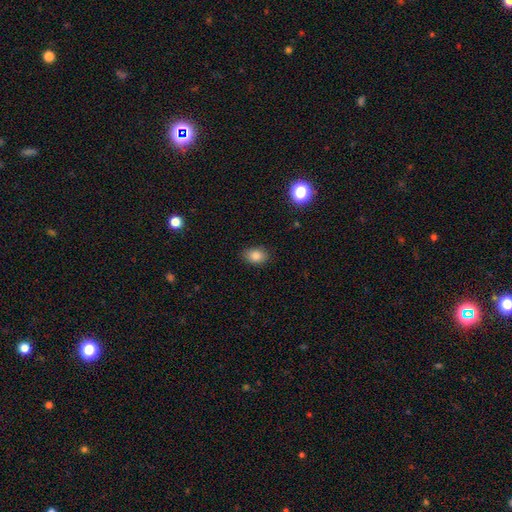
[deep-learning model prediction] Morphology: type=smooth (84%); roundness=in between (75%); merging=none (86%).